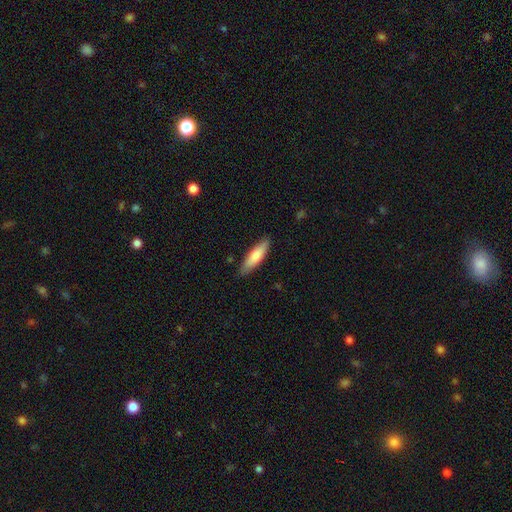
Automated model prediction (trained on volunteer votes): smooth_or_featured: smooth (p=0.77) [alt: featured or disk p=0.18]
how_rounded: cigar-shaped (p=0.63) [alt: in between p=0.35]
merging: none (p=0.85) [alt: minor disturbance p=0.12]